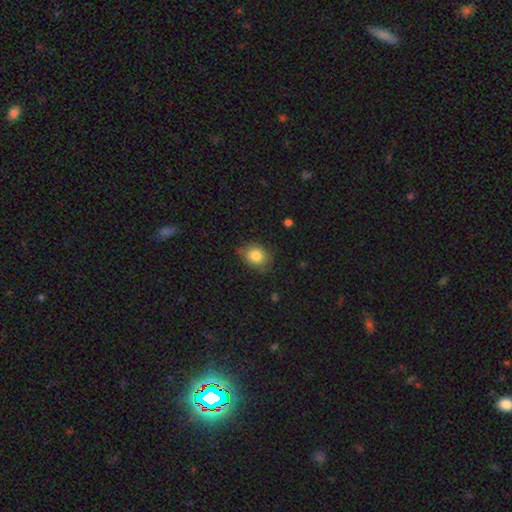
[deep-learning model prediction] Smooth or featured: smooth — 83% (star or artifact — 9%)
How rounded: round — 57% (in between — 42%)
Merging: none — 77% (minor disturbance — 18%)